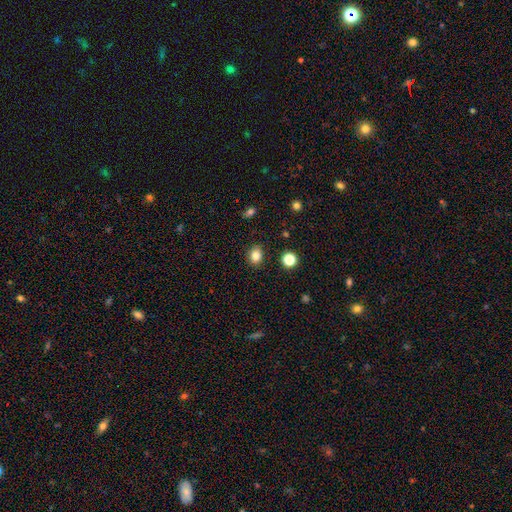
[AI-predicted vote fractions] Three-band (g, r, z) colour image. It shows a smooth galaxy with no disk features (83%) that is round (56%). Merging: none (87%).